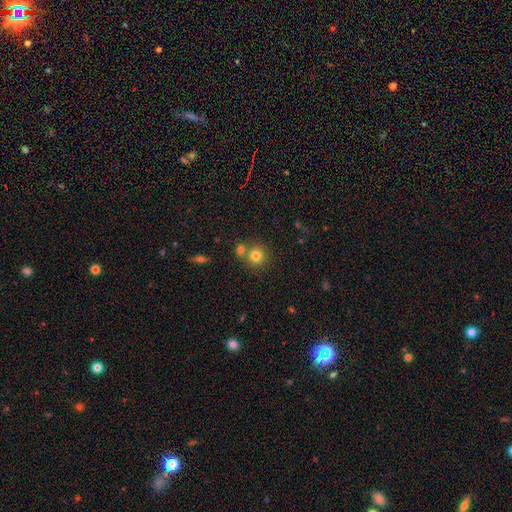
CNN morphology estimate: Smooth or featured? smooth (79%)
How rounded? round (91%)
Merging? none (63%)